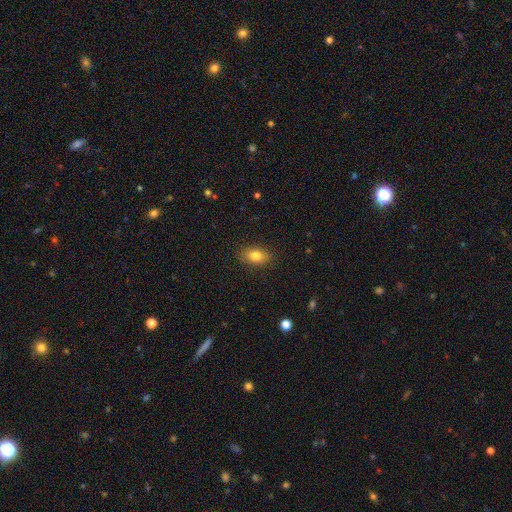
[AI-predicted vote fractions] This appears to be a smooth galaxy with no disk features (82%) that is in between round and cigar-shaped (82%). Merging: none (87%).